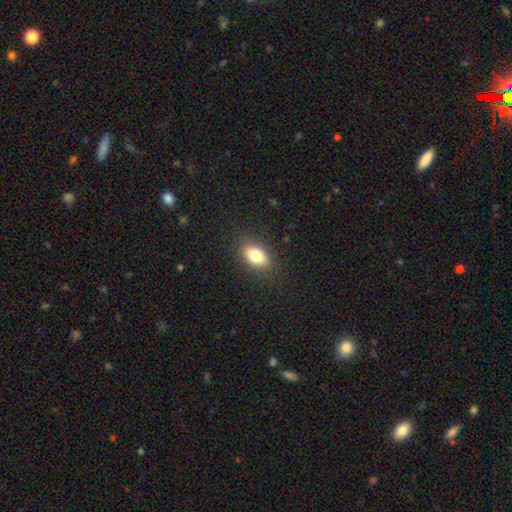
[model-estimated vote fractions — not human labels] smooth-or-featured: smooth: 81% | featured or disk: 10% | star or artifact: 9%
  how-rounded: in between: 87% | round: 10% | cigar-shaped: 3%
  merging: none: 87% | minor disturbance: 9% | major disturbance: 3% | merger: 1%